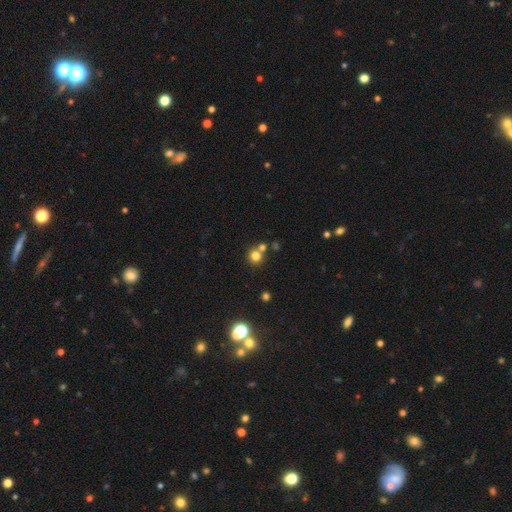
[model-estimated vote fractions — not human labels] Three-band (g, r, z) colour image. It shows a smooth galaxy with no disk features (76%) that is round (91%). Merging: none (62%).